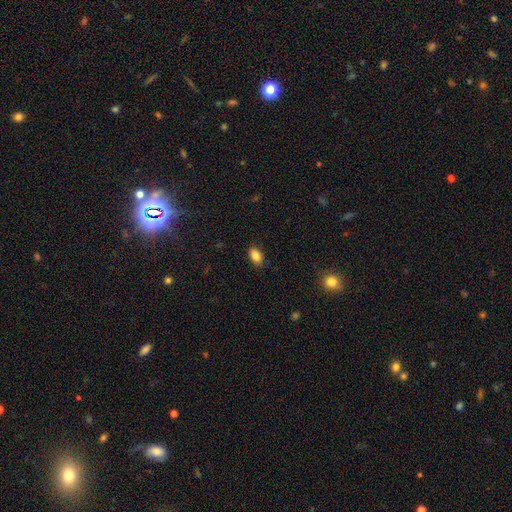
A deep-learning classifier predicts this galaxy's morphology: Smooth or featured? smooth (86%)
How rounded? in between (89%)
Merging? none (85%)